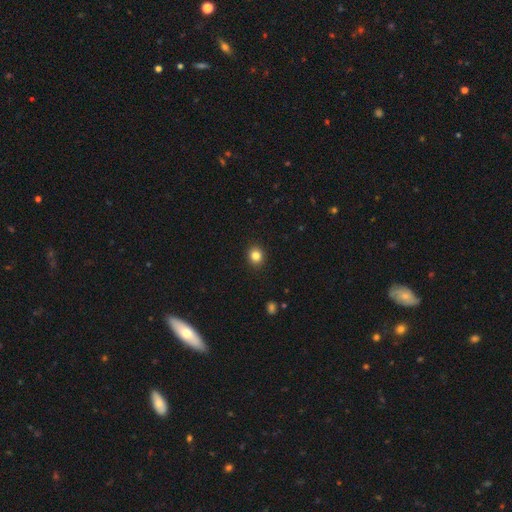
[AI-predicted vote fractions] This is clearly a smooth galaxy (83%). How rounded: clearly round (83%). Merging: clearly none (92%).